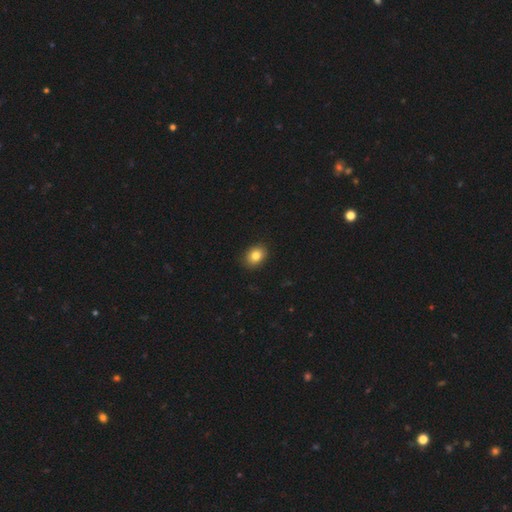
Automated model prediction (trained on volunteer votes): The model was most divided on "how rounded": in between: 61%, round: 38%, cigar-shaped: 1%. More confident: merging — none (90%); smooth or featured — smooth (82%).